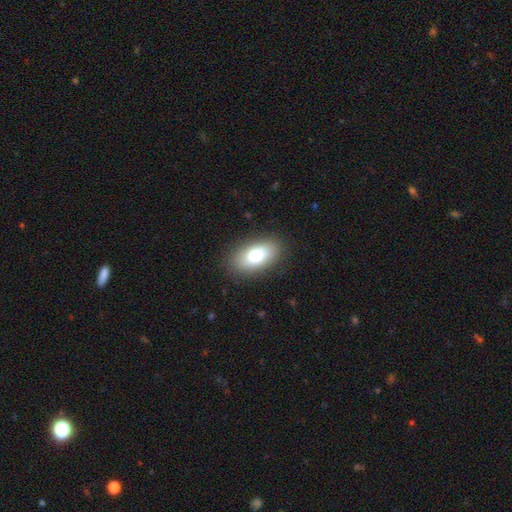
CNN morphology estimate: Smooth or featured: smooth — 76% (featured or disk — 17%)
How rounded: in between — 92% (round — 5%)
Merging: none — 86% (minor disturbance — 10%)